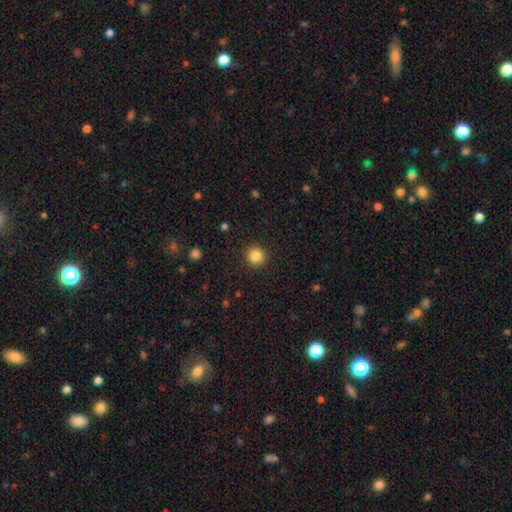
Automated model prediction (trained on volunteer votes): smooth 85%, star or artifact 11%, featured or disk 4%. Down the decision tree: how rounded — round (95%); merging — none (92%).